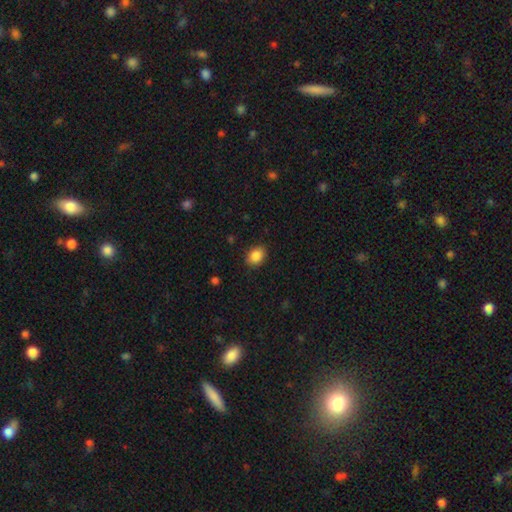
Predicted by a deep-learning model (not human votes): The model was most divided on "how rounded": in between: 65%, round: 34%, cigar-shaped: 1%. More confident: smooth or featured — smooth (88%); merging — none (87%).